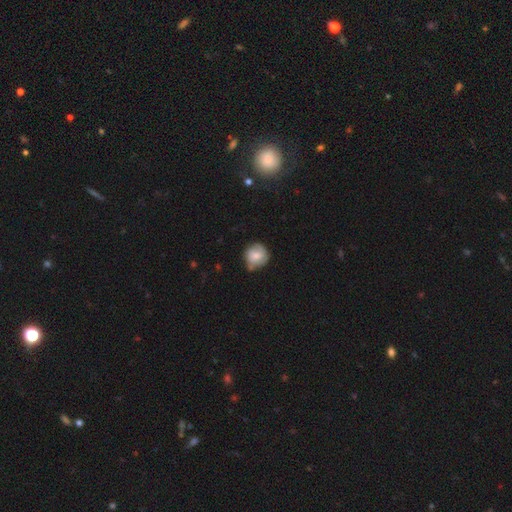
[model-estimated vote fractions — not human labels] Q: Smooth or featured?
A: smooth (64%); runner-up: featured or disk (28%)
Q: How rounded?
A: round (88%); runner-up: in between (11%)
Q: Merging?
A: none (63%); runner-up: minor disturbance (27%)